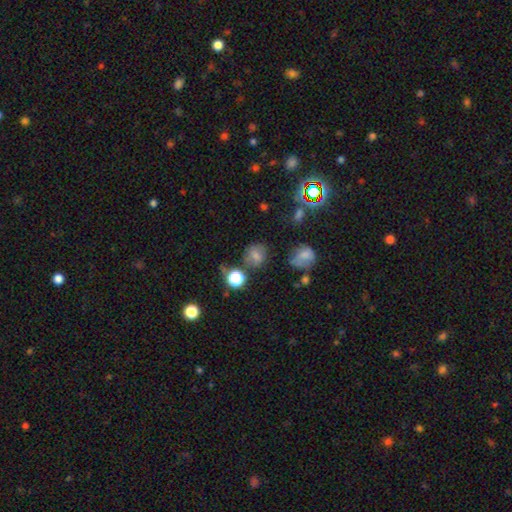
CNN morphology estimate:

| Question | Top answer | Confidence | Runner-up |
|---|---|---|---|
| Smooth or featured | smooth | 69% | star or artifact (19%) |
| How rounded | round | 75% | in between (24%) |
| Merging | none | 69% | minor disturbance (17%) |